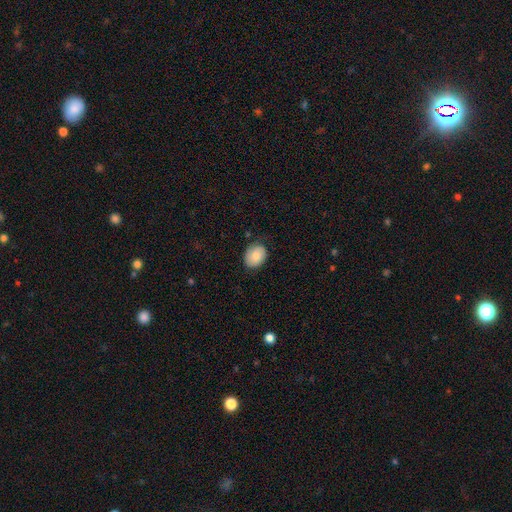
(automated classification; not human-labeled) A smooth galaxy with no disk features (78%) that is in between round and cigar-shaped (57%).

Vote fractions:
- Smooth or featured? smooth: 78% / featured or disk: 15% / star or artifact: 7%
- How rounded? in between: 57% / round: 43% / cigar-shaped: 1%
- Merging? none: 73% / minor disturbance: 21% / major disturbance: 4% / merger: 1%